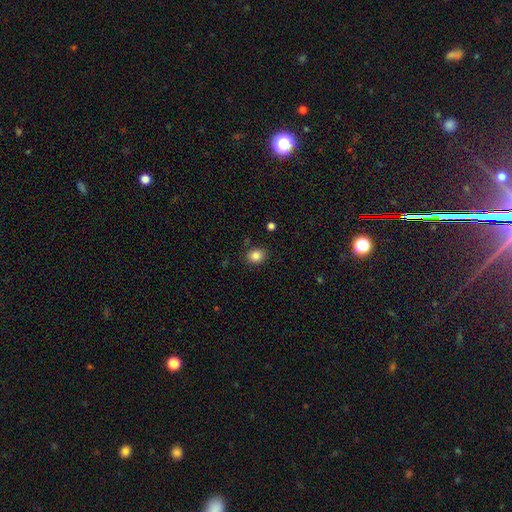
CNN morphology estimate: The model was most divided on "how rounded": round: 70%, in between: 29%, cigar-shaped: 1%. More confident: merging — none (85%); smooth or featured — smooth (85%).